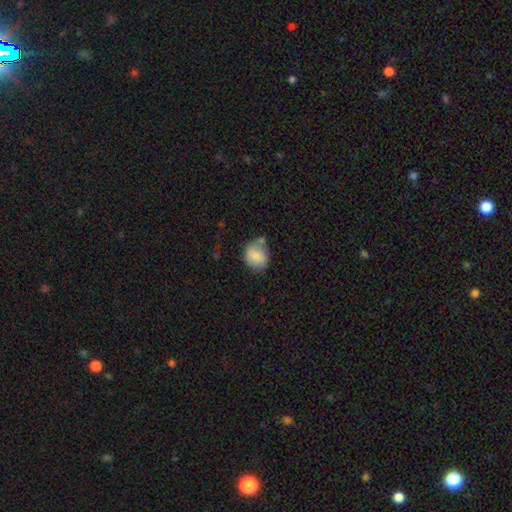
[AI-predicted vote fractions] smooth-or-featured: smooth: 76% | featured or disk: 16% | star or artifact: 8%
  how-rounded: round: 66% | in between: 33% | cigar-shaped: 1%
  merging: none: 52% | minor disturbance: 27% | merger: 13% | major disturbance: 8%